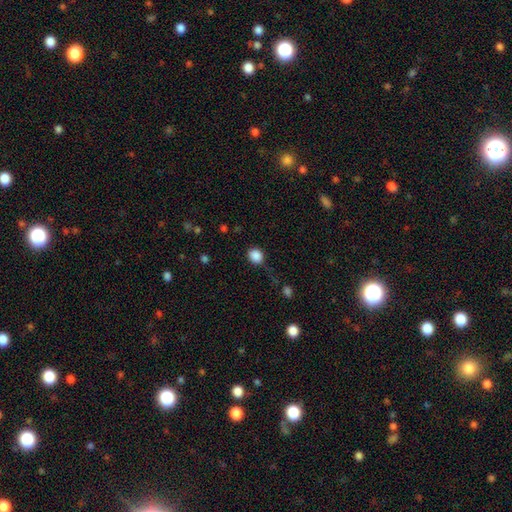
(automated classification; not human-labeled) This is clearly a smooth galaxy (87%). How rounded: likely round (71%). Merging: likely none (75%).